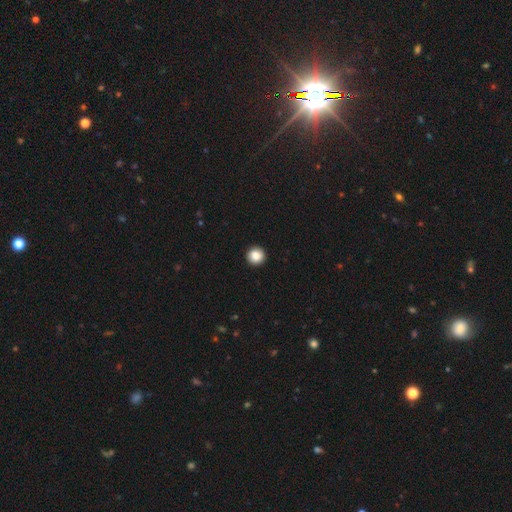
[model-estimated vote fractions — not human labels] A smooth galaxy with no disk features (87%) that is round (95%).

Vote fractions:
- Smooth or featured? smooth: 87% / star or artifact: 9% / featured or disk: 4%
- How rounded? round: 95% / in between: 4% / cigar-shaped: 1%
- Merging? none: 93% / minor disturbance: 5% / major disturbance: 1% / merger: 1%